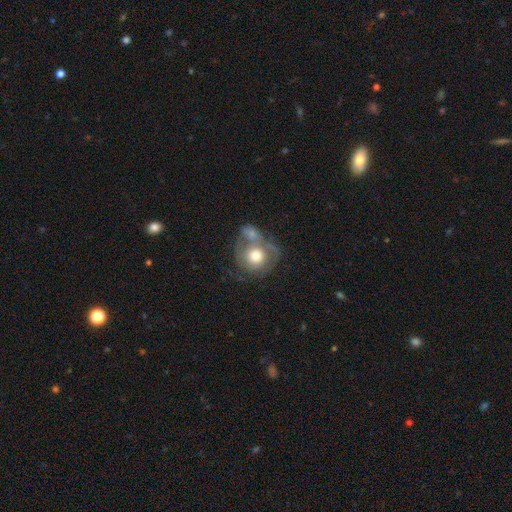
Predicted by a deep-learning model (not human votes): A smooth galaxy with no disk features (50%) that is round (80%). Merging: merger (46%).